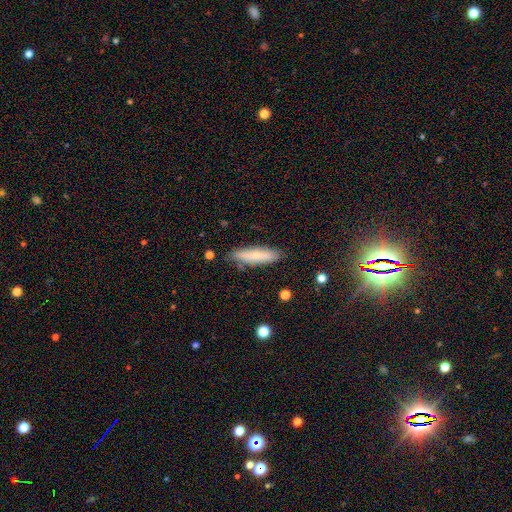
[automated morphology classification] Smooth or featured: smooth — 67% (featured or disk — 26%)
How rounded: cigar-shaped — 70% (in between — 28%)
Merging: none — 82% (minor disturbance — 14%)